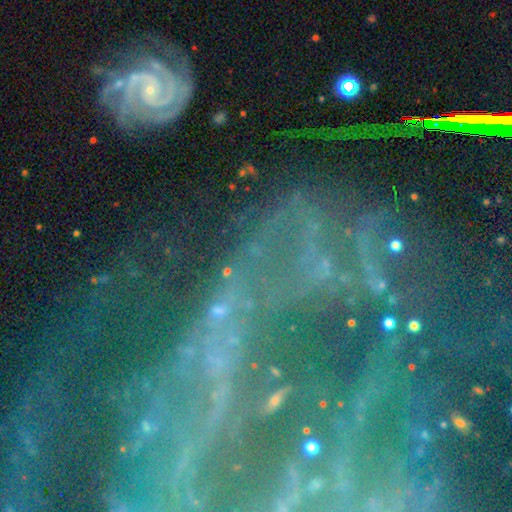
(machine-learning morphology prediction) Smooth or featured?
  - star or artifact: 52% *
  - featured or disk: 36%
  - smooth: 12%